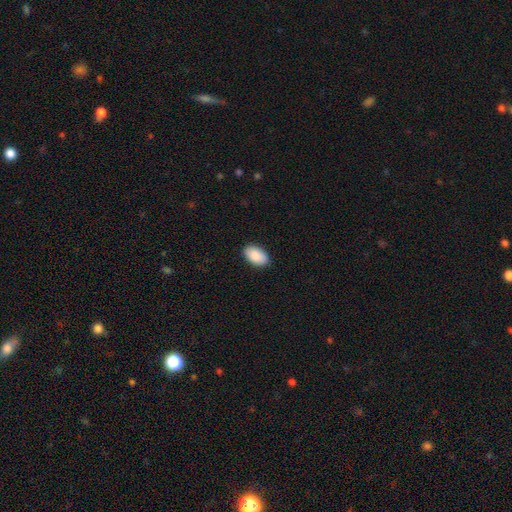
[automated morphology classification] Smooth or featured?
  - smooth: 91% *
  - star or artifact: 6%
  - featured or disk: 3%
How rounded?
  - in between: 95% *
  - round: 4%
  - cigar-shaped: 1%
Merging?
  - none: 89% *
  - minor disturbance: 8%
  - major disturbance: 2%
  - merger: 1%